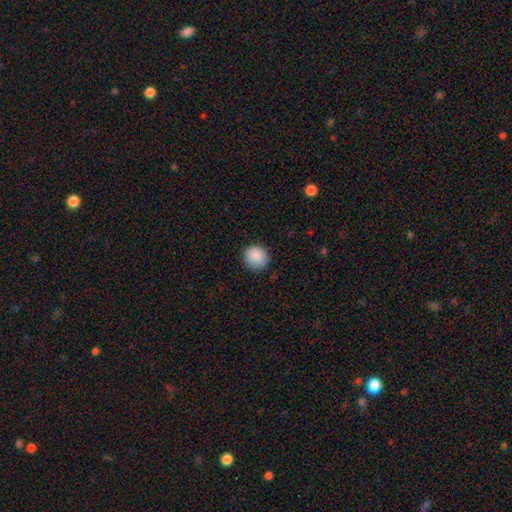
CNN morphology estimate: A smooth galaxy with no disk features (88%) that is round (93%). Merging: none (89%).